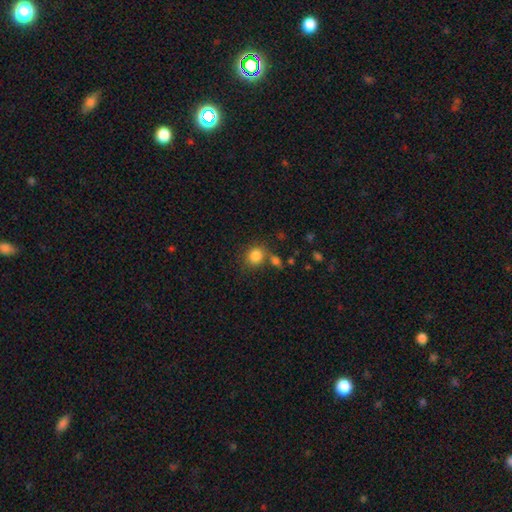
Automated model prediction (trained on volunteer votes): Smooth or featured? Predicted: smooth (p=0.84). How rounded? Predicted: round (p=0.75). Merging? Predicted: none (p=0.64).